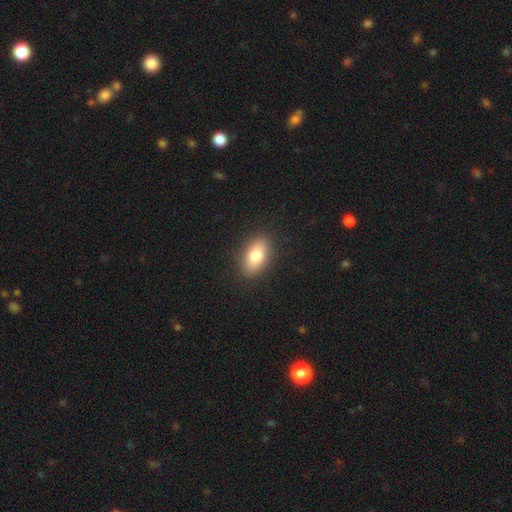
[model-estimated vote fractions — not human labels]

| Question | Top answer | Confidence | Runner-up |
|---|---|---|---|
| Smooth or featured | smooth | 78% | featured or disk (14%) |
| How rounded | in between | 88% | round (8%) |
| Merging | none | 88% | minor disturbance (8%) |